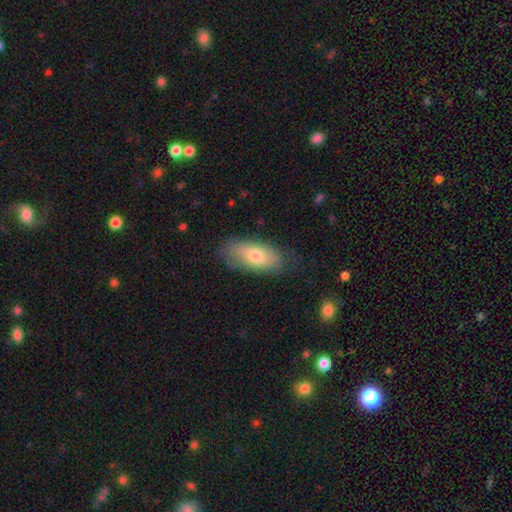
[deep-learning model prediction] Smooth or featured? smooth (73%)
How rounded? in between (87%)
Merging? none (74%)